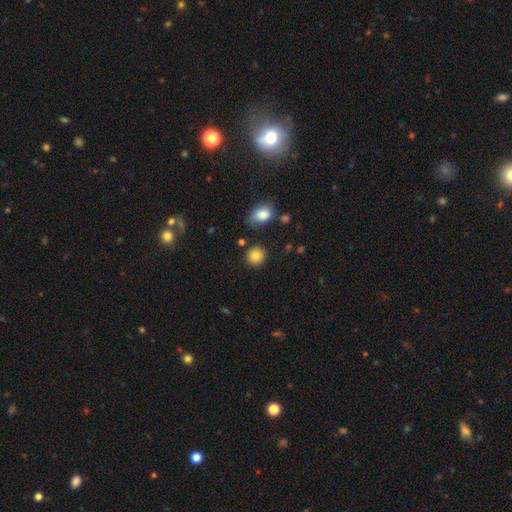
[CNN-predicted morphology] Smooth or featured: smooth — 84% (star or artifact — 10%)
How rounded: round — 89% (in between — 10%)
Merging: none — 85% (minor disturbance — 9%)